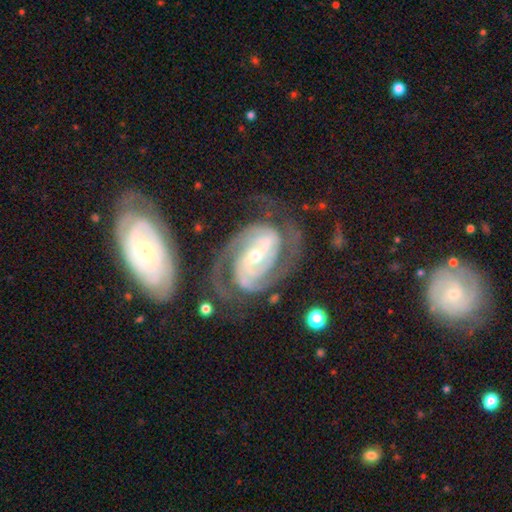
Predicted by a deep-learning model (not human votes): A featured or disk galaxy (92%) with a weak bar (37%), 2 (60%) tight (64%) spiral arms (98%) and a small central bulge (52%).

Vote fractions:
- Smooth or featured? featured or disk: 92% / star or artifact: 4% / smooth: 4%
- Edge-on disk? no: 97% / yes: 3%
- Bar? weak: 37% / strong: 34% / no: 28%
- Spiral arms? yes: 98% / no: 2%
- Spiral winding? tight: 64% / medium: 31% / loose: 5%
- Spiral arm count? 2: 60% / 3: 20% / can't tell: 9% / 4: 5% / 1: 3% / more than 4: 3%
- Bulge size? small: 52% / moderate: 44% / large: 2% / none: 1% / dominant: 1%
- Merging? none: 57% / minor disturbance: 18% / major disturbance: 14% / merger: 11%